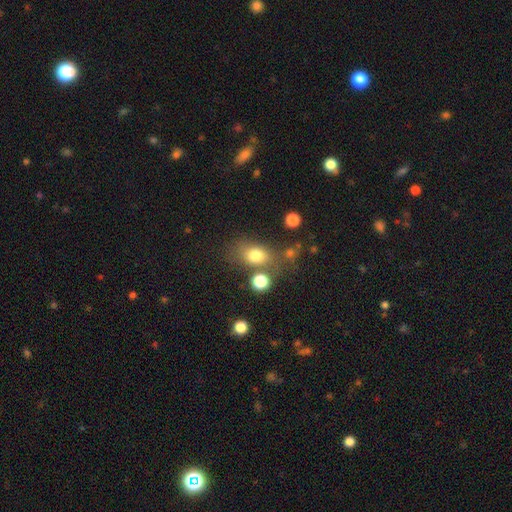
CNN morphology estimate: Smooth or featured: smooth — 77% (star or artifact — 13%)
How rounded: in between — 65% (round — 33%)
Merging: none — 60% (minor disturbance — 16%)